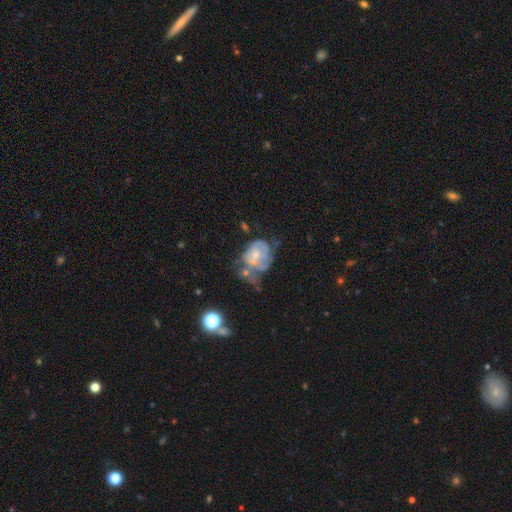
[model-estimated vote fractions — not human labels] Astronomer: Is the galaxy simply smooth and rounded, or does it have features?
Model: featured or disk — 58%.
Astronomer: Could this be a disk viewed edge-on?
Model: no — 97%.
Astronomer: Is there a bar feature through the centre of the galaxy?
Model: no — 82%.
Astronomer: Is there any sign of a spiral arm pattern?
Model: no — 56% (runner-up: yes, 44%).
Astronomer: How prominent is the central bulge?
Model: small — 50% (runner-up: moderate, 41%).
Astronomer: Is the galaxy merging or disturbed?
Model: major disturbance — 31% (runner-up: minor disturbance, 25%).